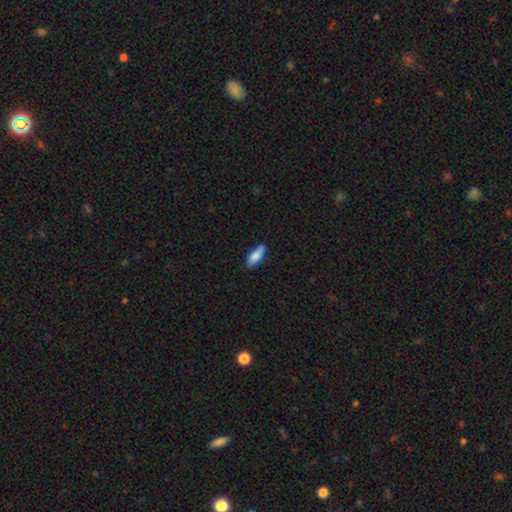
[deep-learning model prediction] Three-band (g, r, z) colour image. It shows a smooth galaxy with no disk features (79%) that is in between round and cigar-shaped (72%). Merging: none (76%).